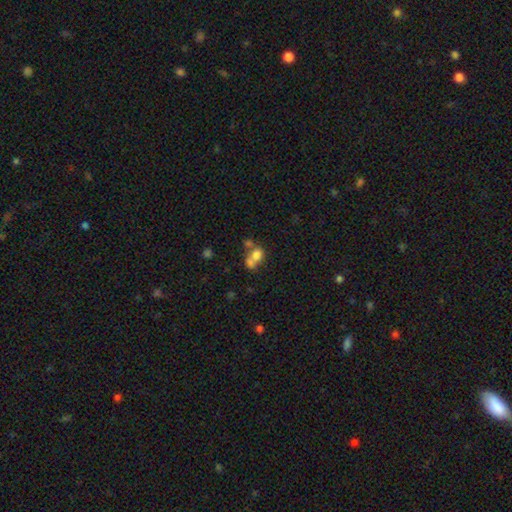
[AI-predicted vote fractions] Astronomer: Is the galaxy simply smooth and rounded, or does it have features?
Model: smooth — 70%.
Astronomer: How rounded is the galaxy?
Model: round — 51% (runner-up: in between, 47%).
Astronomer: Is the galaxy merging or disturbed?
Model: merger — 59%.